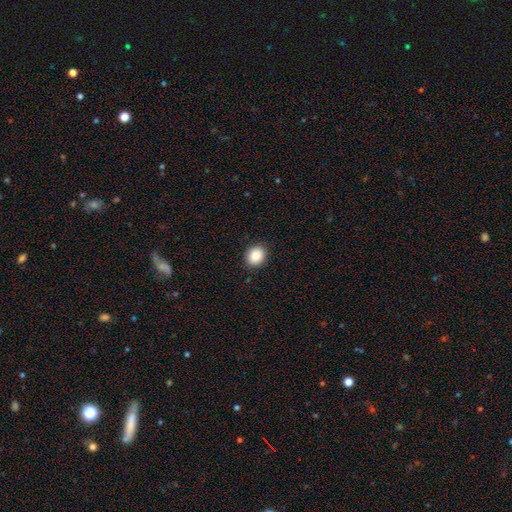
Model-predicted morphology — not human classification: smooth 88%, star or artifact 8%, featured or disk 4%. Down the decision tree: how rounded — round (58%); merging — none (89%).